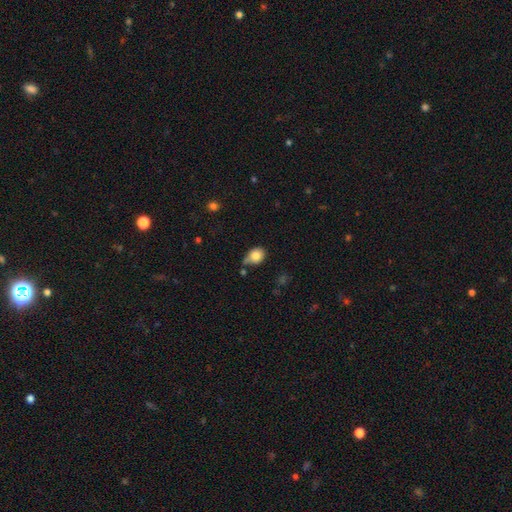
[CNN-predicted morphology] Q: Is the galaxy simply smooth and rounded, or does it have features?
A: smooth — 83%.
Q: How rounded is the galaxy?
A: round — 53%.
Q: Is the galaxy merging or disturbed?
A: none — 50%.